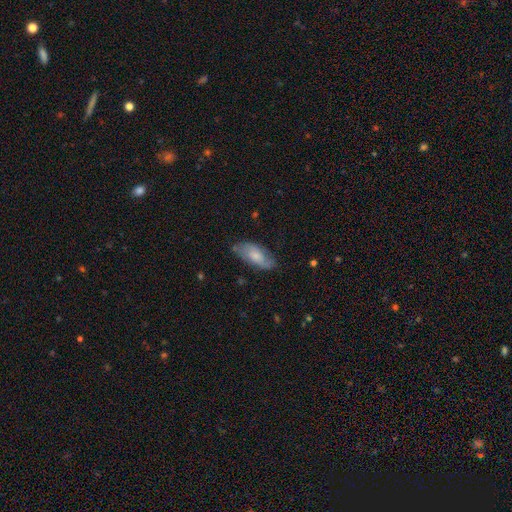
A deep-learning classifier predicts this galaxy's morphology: This is possibly a smooth galaxy (54%). How rounded: clearly in between (84%). Merging: likely none (70%).